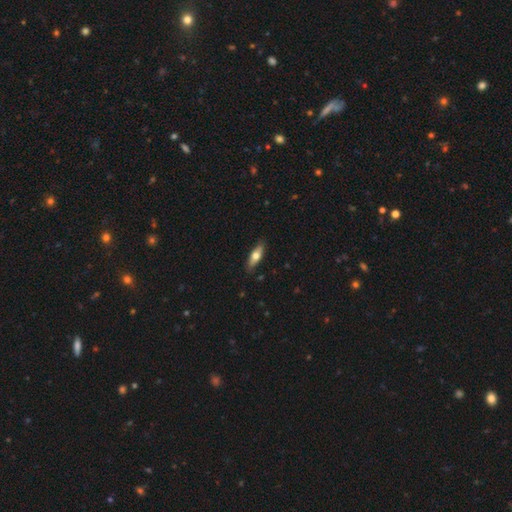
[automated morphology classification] Smooth or featured?
  - smooth: 59% *
  - featured or disk: 35%
  - star or artifact: 6%
How rounded?
  - in between: 50% *
  - cigar-shaped: 47%
  - round: 3%
Merging?
  - none: 87% *
  - minor disturbance: 10%
  - major disturbance: 2%
  - merger: 1%